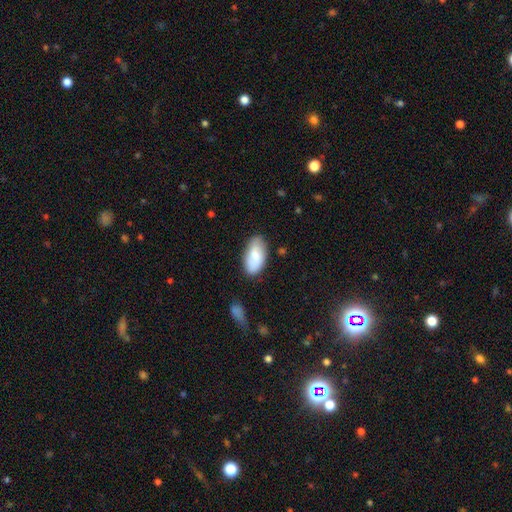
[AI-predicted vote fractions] Smooth or featured?
  - smooth: 79% *
  - featured or disk: 15%
  - star or artifact: 6%
How rounded?
  - in between: 94% *
  - cigar-shaped: 3%
  - round: 3%
Merging?
  - none: 76% *
  - minor disturbance: 17%
  - major disturbance: 3%
  - merger: 3%